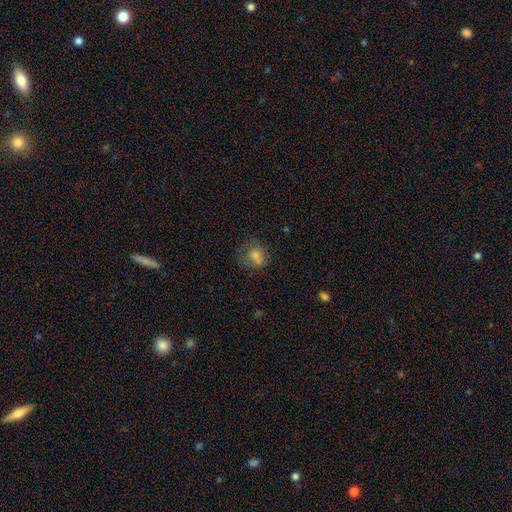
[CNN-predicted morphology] Q: Smooth or featured?
A: smooth (67%); runner-up: featured or disk (18%)
Q: How rounded?
A: round (69%); runner-up: in between (30%)
Q: Merging?
A: none (53%); runner-up: minor disturbance (23%)